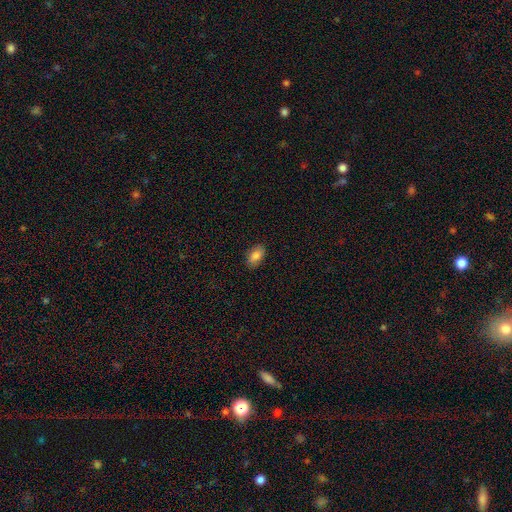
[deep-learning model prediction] smooth_or_featured: smooth (p=0.86) [alt: star or artifact p=0.08]
how_rounded: in between (p=0.92) [alt: round p=0.06]
merging: none (p=0.87) [alt: minor disturbance p=0.10]